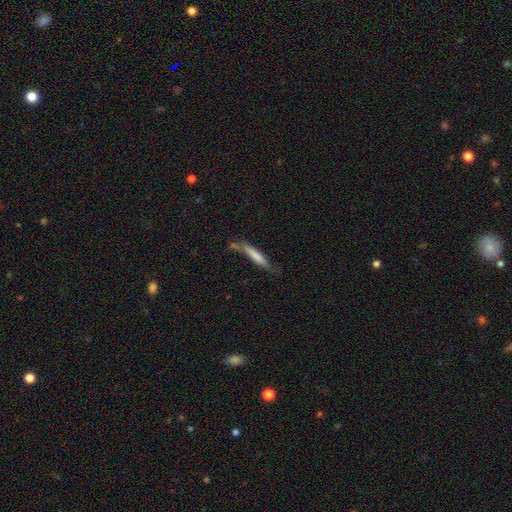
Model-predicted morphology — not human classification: Smooth or featured?
  - smooth: 69% *
  - featured or disk: 25%
  - star or artifact: 6%
How rounded?
  - cigar-shaped: 90% *
  - in between: 9%
  - round: 1%
Merging?
  - none: 53% *
  - minor disturbance: 27%
  - major disturbance: 11%
  - merger: 10%